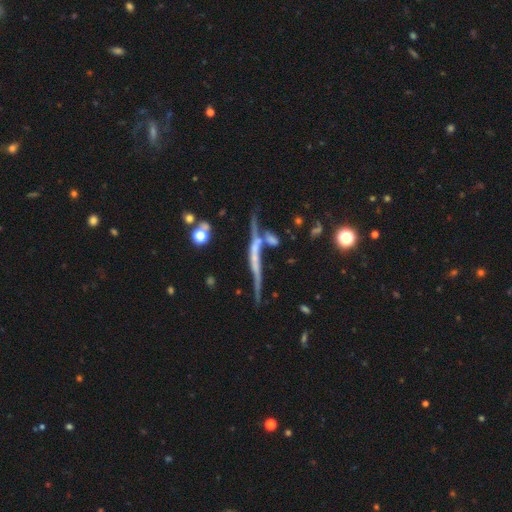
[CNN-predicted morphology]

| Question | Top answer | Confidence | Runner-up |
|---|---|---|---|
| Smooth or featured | featured or disk | 71% | smooth (20%) |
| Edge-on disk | yes | 94% | no (6%) |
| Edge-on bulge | none | 67% | rounded (23%) |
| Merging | none | 68% | minor disturbance (14%) |